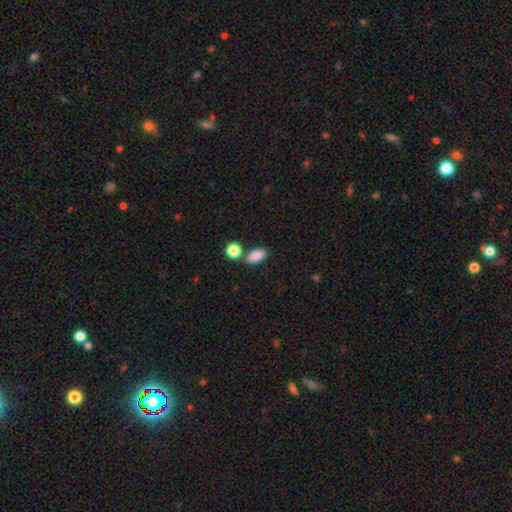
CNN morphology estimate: Overall: smooth (87%). How rounded: in between (87%). Merging: none (68%).